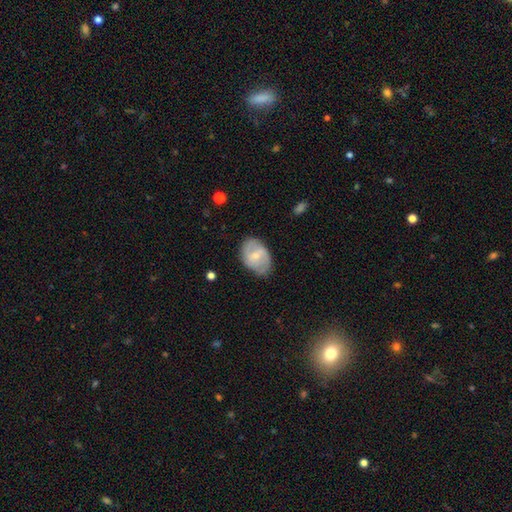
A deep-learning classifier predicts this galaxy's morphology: smooth-or-featured: featured or disk: 55% | smooth: 39% | star or artifact: 6%
  disk-edge-on: no: 96% | yes: 4%
    bar: weak: 51% | no: 35% | strong: 14%
    has-spiral-arms: yes: 75% | no: 25%
    bulge-size: small: 61% | moderate: 33% | none: 4% | large: 1% | dominant: 1%
  merging: none: 72% | minor disturbance: 21% | major disturbance: 5% | merger: 1%